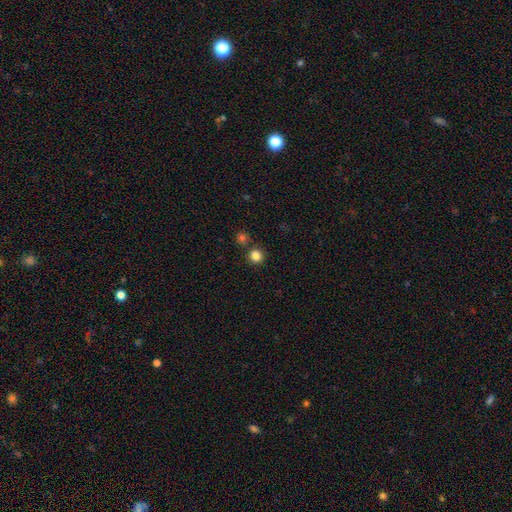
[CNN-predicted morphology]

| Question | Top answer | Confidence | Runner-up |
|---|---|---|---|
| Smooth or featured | smooth | 83% | star or artifact (13%) |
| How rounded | round | 92% | in between (7%) |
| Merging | none | 81% | merger (10%) |